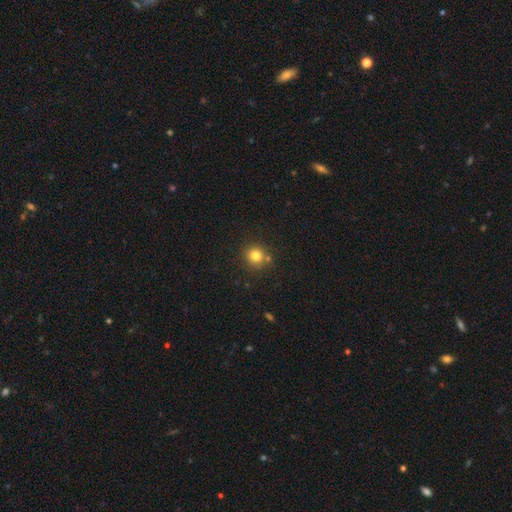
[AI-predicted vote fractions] A smooth galaxy with no disk features (80%) that is round (93%).

Vote fractions:
- Smooth or featured? smooth: 80% / star or artifact: 13% / featured or disk: 6%
- How rounded? round: 93% / in between: 6% / cigar-shaped: 1%
- Merging? none: 80% / merger: 9% / minor disturbance: 9% / major disturbance: 3%